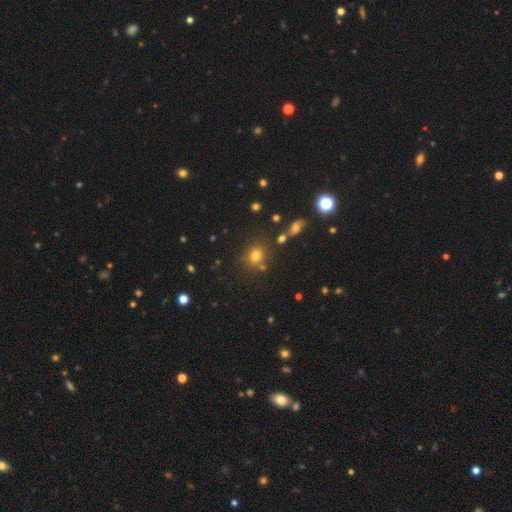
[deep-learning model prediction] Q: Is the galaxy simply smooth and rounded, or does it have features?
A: smooth — 72%.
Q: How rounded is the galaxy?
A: round — 71%.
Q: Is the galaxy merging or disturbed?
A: none — 73%.